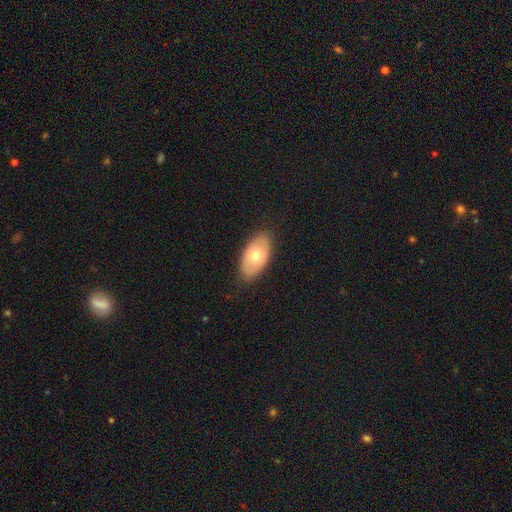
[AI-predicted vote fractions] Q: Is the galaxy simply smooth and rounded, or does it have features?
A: smooth — 63%.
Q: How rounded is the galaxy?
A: in between — 93%.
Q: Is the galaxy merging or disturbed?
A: none — 84%.